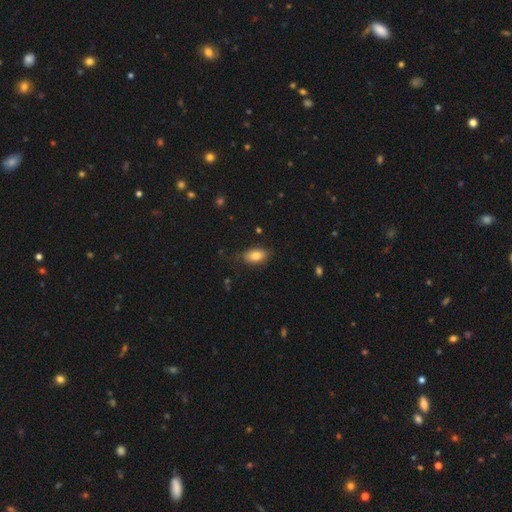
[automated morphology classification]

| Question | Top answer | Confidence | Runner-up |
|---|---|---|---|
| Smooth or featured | smooth | 82% | featured or disk (10%) |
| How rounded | in between | 90% | round (7%) |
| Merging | none | 79% | minor disturbance (16%) |